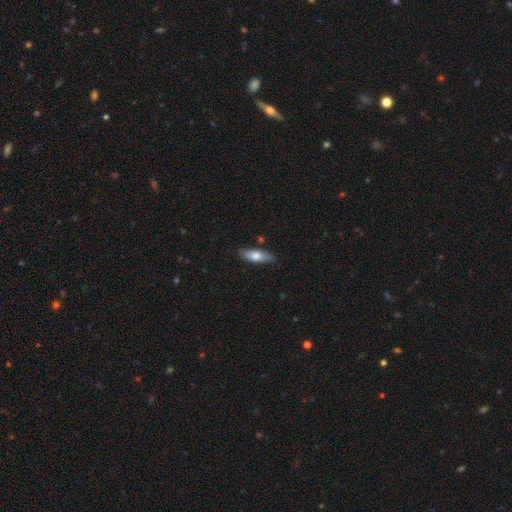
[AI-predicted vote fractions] A smooth galaxy with no disk features (70%) that is in between round and cigar-shaped (62%). Merging: none (81%).